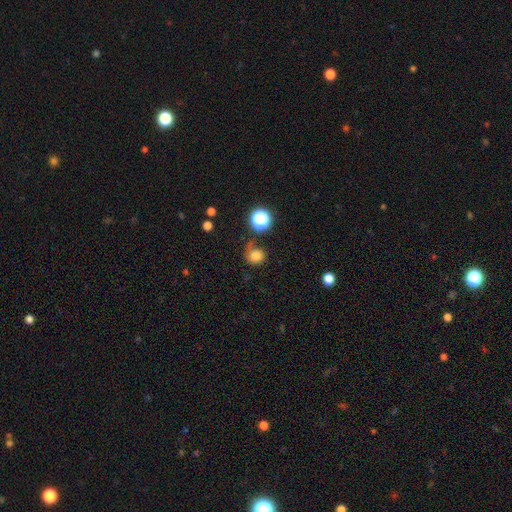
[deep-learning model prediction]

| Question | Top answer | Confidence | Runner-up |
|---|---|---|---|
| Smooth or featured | smooth | 77% | star or artifact (15%) |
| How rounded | round | 84% | in between (15%) |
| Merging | none | 59% | minor disturbance (22%) |